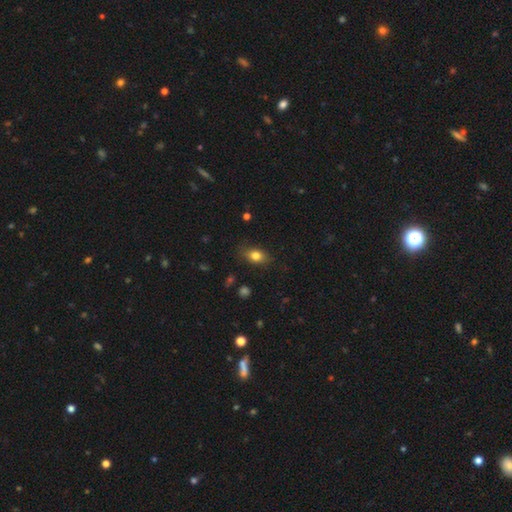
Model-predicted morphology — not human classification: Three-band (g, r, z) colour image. It shows a smooth galaxy with no disk features (80%) that is in between round and cigar-shaped (77%). Merging: none (81%).